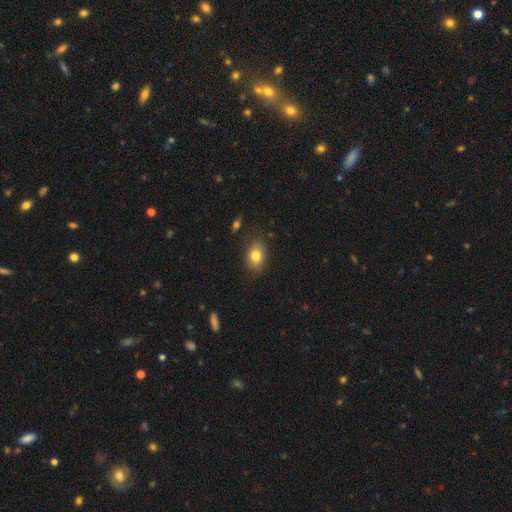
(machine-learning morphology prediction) The model was most divided on "how rounded": in between: 79%, round: 20%, cigar-shaped: 2%. More confident: merging — none (82%); smooth or featured — smooth (80%).